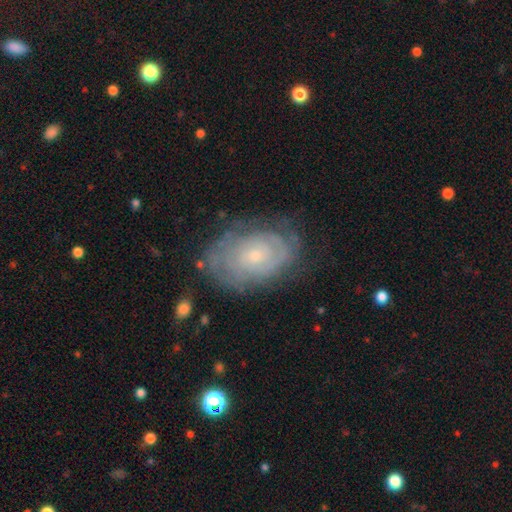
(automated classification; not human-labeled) This is likely a featured or disk galaxy (72%). It is clearly not viewed edge-on (96%). Bar: likely no (79%). Spiral arm pattern: clearly yes (84%). Spiral arm count: possibly can't tell (58%). Spiral winding: likely tight (77%). Central bulge: likely small (70%). Merging: likely none (72%).